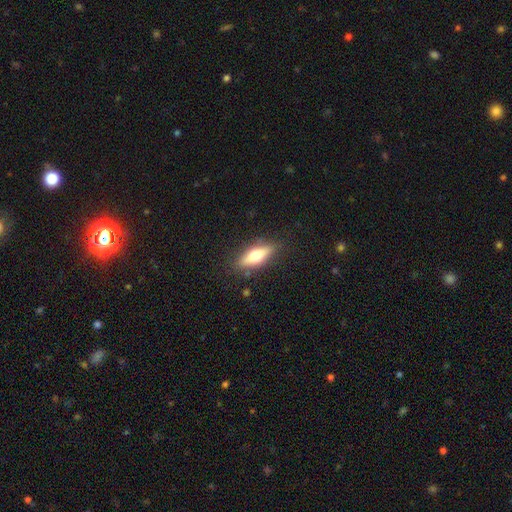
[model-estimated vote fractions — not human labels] This appears to be a smooth galaxy with no disk features (55%) that is in between round and cigar-shaped (55%). Merging: none (84%).